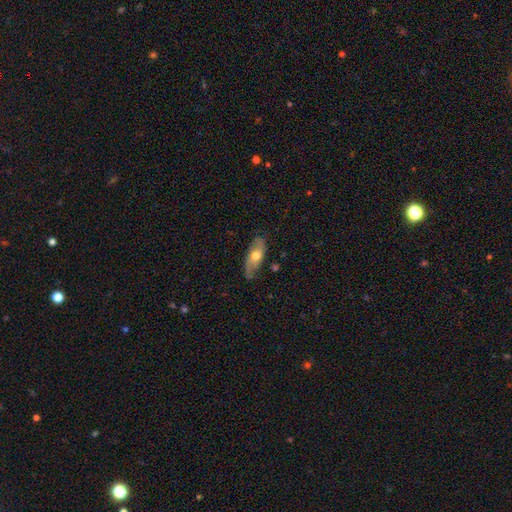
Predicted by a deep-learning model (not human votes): smooth 50%, featured or disk 44%, star or artifact 6%. Down the decision tree: merging — none (76%).